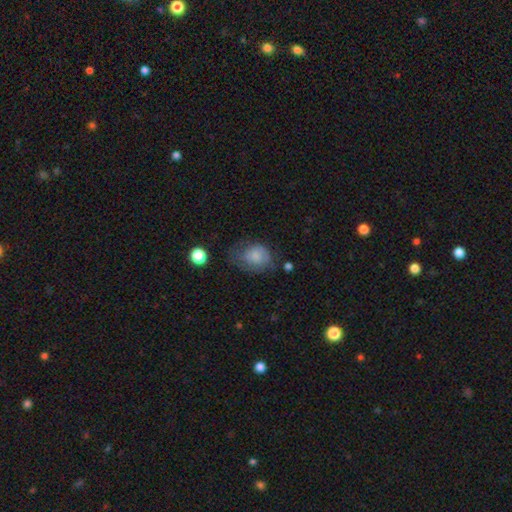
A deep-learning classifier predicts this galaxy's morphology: A smooth galaxy with no disk features (72%) that is in between round and cigar-shaped (52%).

Vote fractions:
- Smooth or featured? smooth: 72% / featured or disk: 19% / star or artifact: 9%
- How rounded? in between: 52% / round: 47% / cigar-shaped: 1%
- Merging? none: 36% / minor disturbance: 33% / major disturbance: 28% / merger: 3%